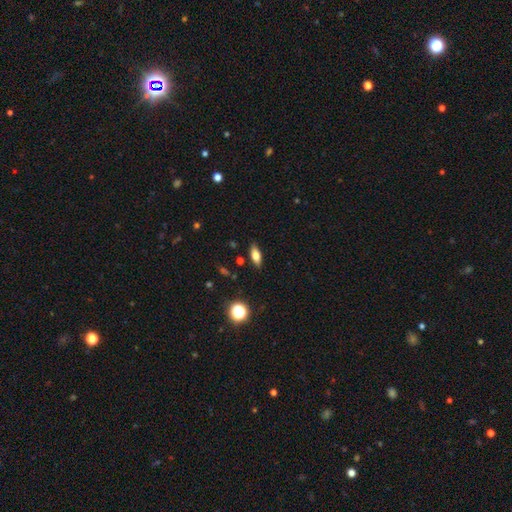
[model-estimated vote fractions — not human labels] The model was most divided on "smooth or featured": smooth: 67%, featured or disk: 23%, star or artifact: 10%. More confident: merging — none (87%); how rounded — in between (74%).